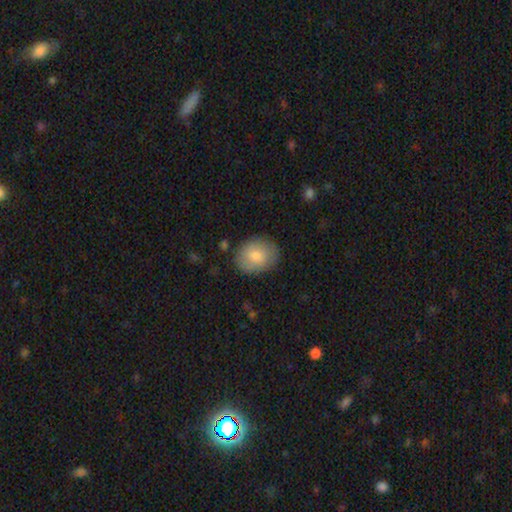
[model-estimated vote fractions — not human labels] Overall: smooth (80%). How rounded: in between (60%; round 40%). Merging: none (83%).